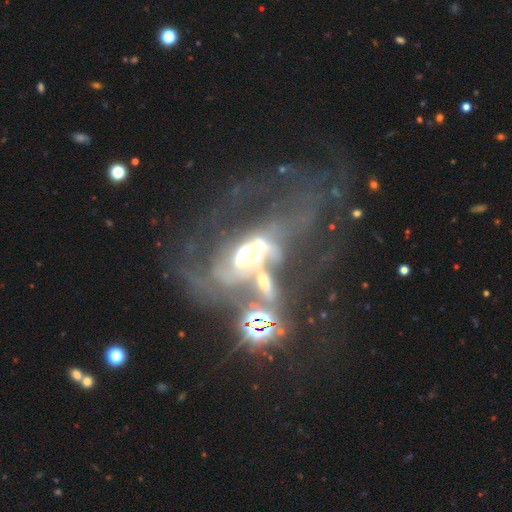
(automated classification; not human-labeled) smooth_or_featured: featured or disk (p=0.63) [alt: star or artifact p=0.22]
disk_edge_on: no (p=0.91) [alt: yes p=0.09]
bar: no (p=0.67) [alt: strong p=0.17]
has_spiral_arms: no (p=0.61) [alt: yes p=0.39]
bulge_size: moderate (p=0.39) [alt: large p=0.24]
merging: merger (p=0.56) [alt: major disturbance p=0.28]